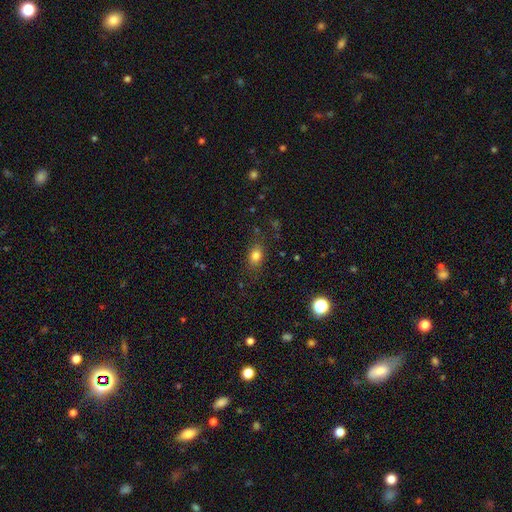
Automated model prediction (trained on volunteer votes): Smooth or featured?
  - smooth: 80% *
  - star or artifact: 12%
  - featured or disk: 8%
How rounded?
  - in between: 70% *
  - round: 27%
  - cigar-shaped: 2%
Merging?
  - none: 80% *
  - minor disturbance: 14%
  - major disturbance: 5%
  - merger: 2%